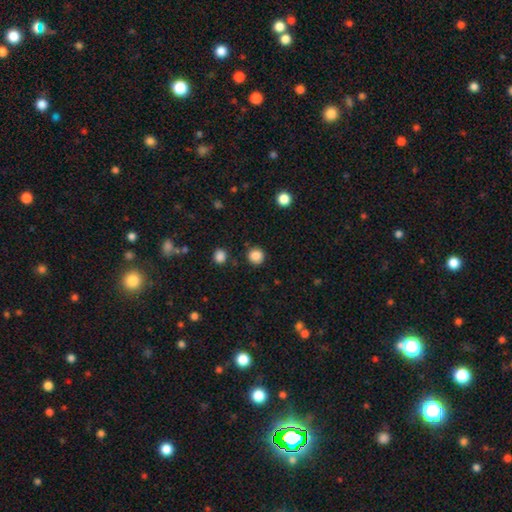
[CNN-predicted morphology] Smooth or featured: smooth — 86% (star or artifact — 11%)
How rounded: round — 92% (in between — 7%)
Merging: none — 88% (minor disturbance — 7%)